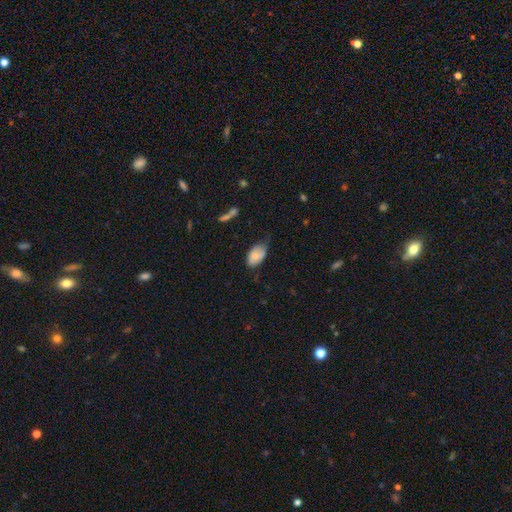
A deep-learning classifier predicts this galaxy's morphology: The model was most divided on "merging": minor disturbance: 44%, none: 42%, major disturbance: 11%, merger: 3%. More confident: how rounded — in between (93%); smooth or featured — smooth (76%).